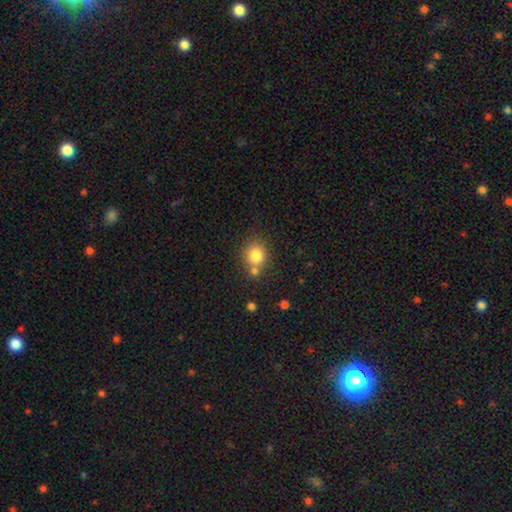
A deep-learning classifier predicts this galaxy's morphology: Smooth or featured? smooth (81%)
How rounded? round (81%)
Merging? none (63%)